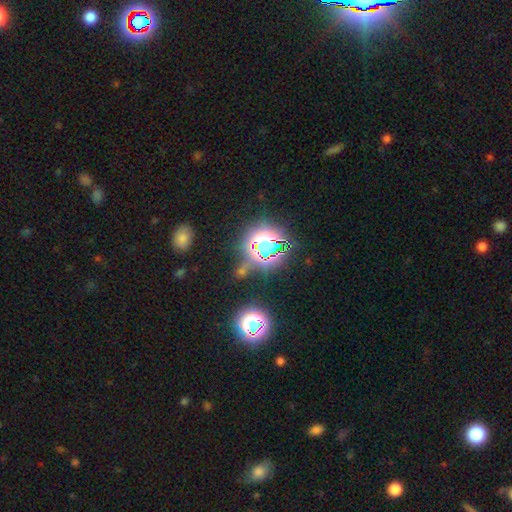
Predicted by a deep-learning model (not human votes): A star or artifact, not a galaxy (76%).